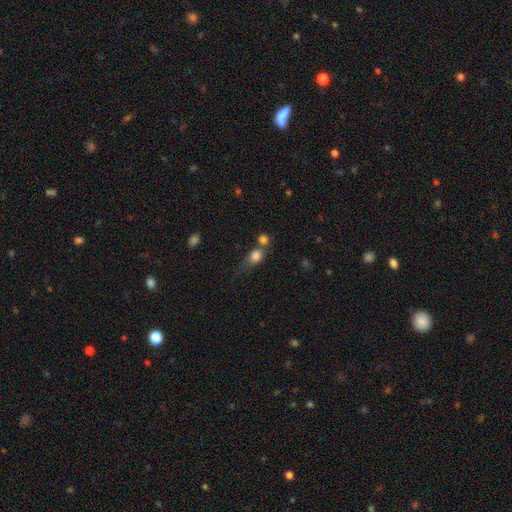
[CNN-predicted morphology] This appears to be a smooth galaxy with no disk features (80%) that is in between round and cigar-shaped (49%). Merging: merger (43%).